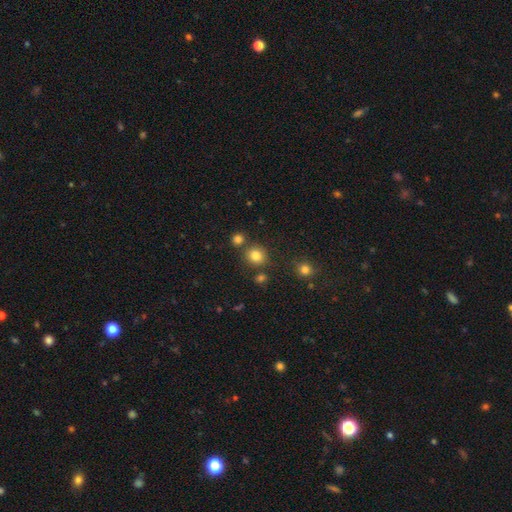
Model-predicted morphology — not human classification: type=smooth (81%); roundness=round (84%); merging=none (78%).